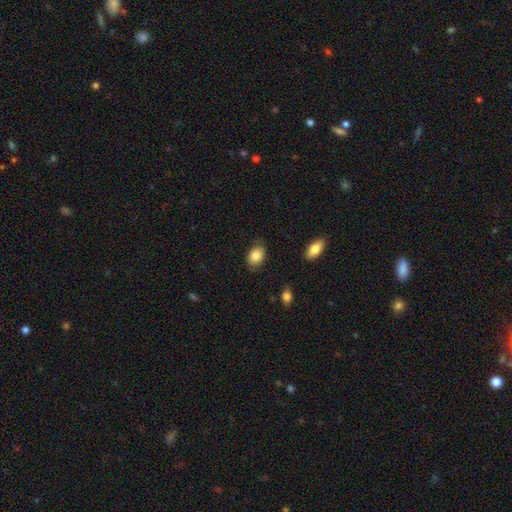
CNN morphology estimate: A smooth galaxy with no disk features (84%) that is in between round and cigar-shaped (80%). Merging: none (80%).